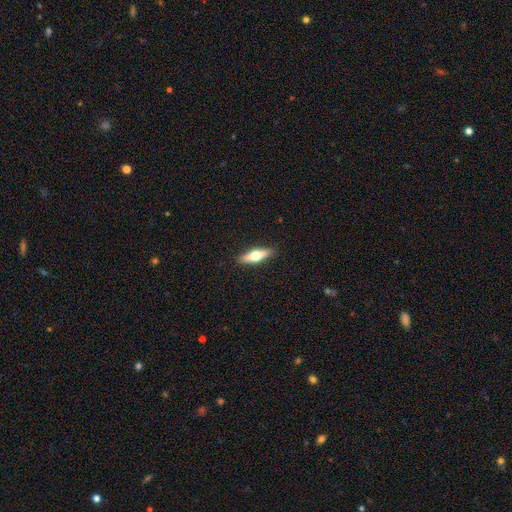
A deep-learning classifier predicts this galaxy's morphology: smooth-or-featured: featured or disk: 49% | smooth: 45% | star or artifact: 6%
  merging: none: 90% | minor disturbance: 7% | major disturbance: 2% | merger: 1%